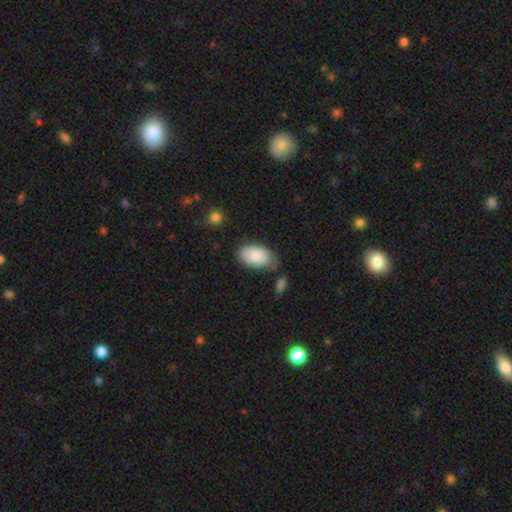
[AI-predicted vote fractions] smooth_or_featured: smooth (p=0.82) [alt: featured or disk p=0.12]
how_rounded: in between (p=0.94) [alt: round p=0.05]
merging: none (p=0.61) [alt: minor disturbance p=0.25]